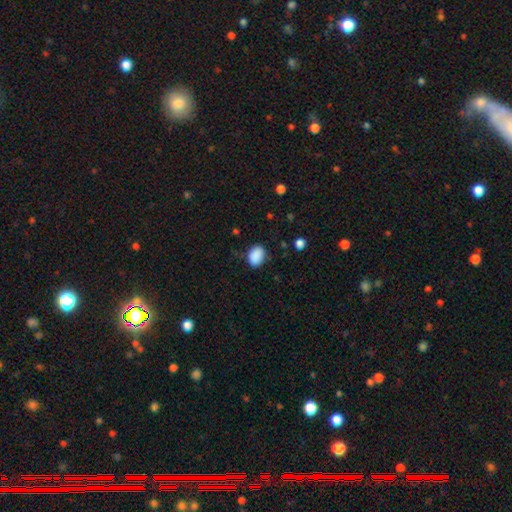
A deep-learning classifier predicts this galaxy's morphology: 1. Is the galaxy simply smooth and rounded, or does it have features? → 89% smooth, 8% star or artifact, 3% featured or disk.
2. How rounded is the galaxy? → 72% in between, 27% round, 1% cigar-shaped.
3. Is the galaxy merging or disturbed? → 80% none, 15% minor disturbance, 4% major disturbance, 1% merger.